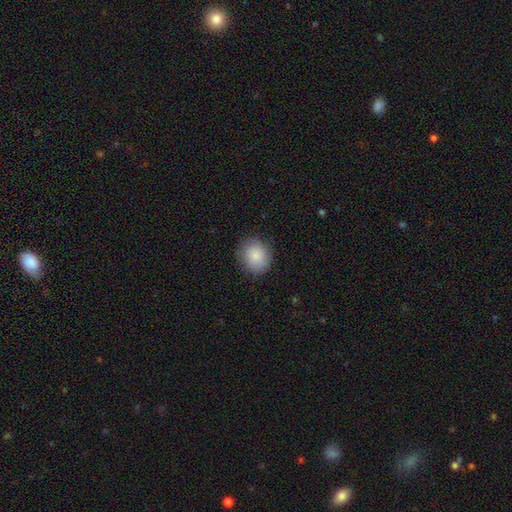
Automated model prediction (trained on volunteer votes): Smooth or featured? smooth (87%)
How rounded? round (73%)
Merging? none (85%)